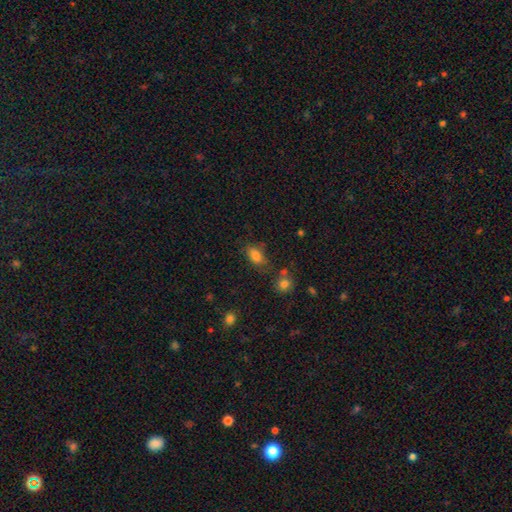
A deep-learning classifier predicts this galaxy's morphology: type=smooth (82%); roundness=in between (88%); merging=none (67%).